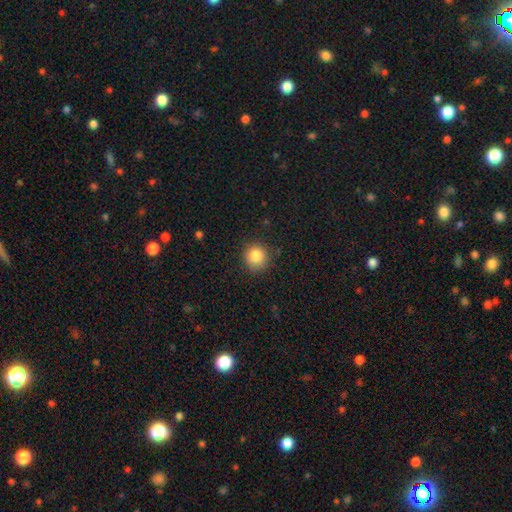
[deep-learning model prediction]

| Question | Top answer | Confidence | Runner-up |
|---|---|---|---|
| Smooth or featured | smooth | 85% | star or artifact (10%) |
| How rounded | round | 92% | in between (8%) |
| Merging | none | 85% | minor disturbance (11%) |